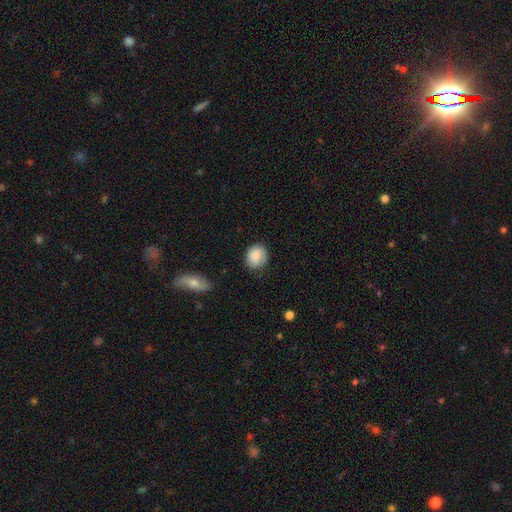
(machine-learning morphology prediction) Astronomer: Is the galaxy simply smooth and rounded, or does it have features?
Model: smooth — 73%.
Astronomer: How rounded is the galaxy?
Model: round — 64%.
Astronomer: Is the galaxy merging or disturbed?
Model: none — 70%.